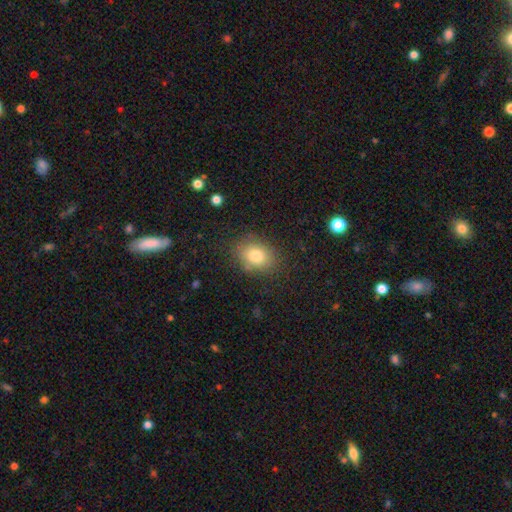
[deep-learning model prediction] Smooth or featured?
  - smooth: 80% *
  - star or artifact: 10%
  - featured or disk: 10%
How rounded?
  - in between: 64% *
  - round: 35%
  - cigar-shaped: 1%
Merging?
  - none: 80% *
  - minor disturbance: 13%
  - major disturbance: 4%
  - merger: 2%